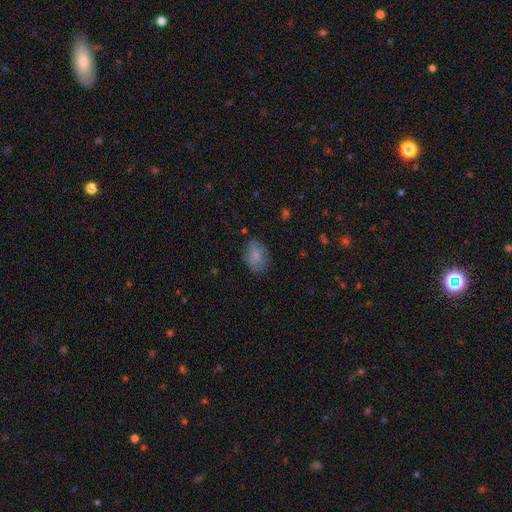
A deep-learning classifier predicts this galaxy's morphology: This is likely a smooth galaxy (72%). How rounded: likely in between (71%). Merging: likely none (71%).